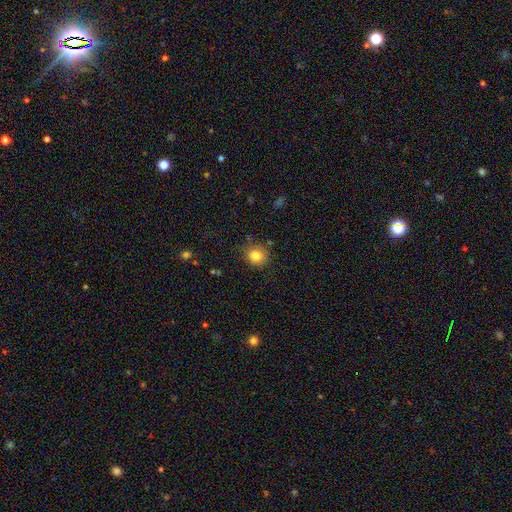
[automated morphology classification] type=smooth (82%); roundness=round (87%); merging=none (82%).